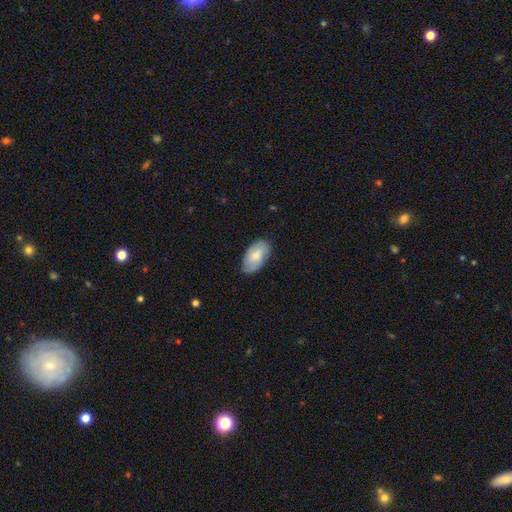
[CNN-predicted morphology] A smooth galaxy with no disk features (70%) that is in between round and cigar-shaped (94%). Merging: none (77%).